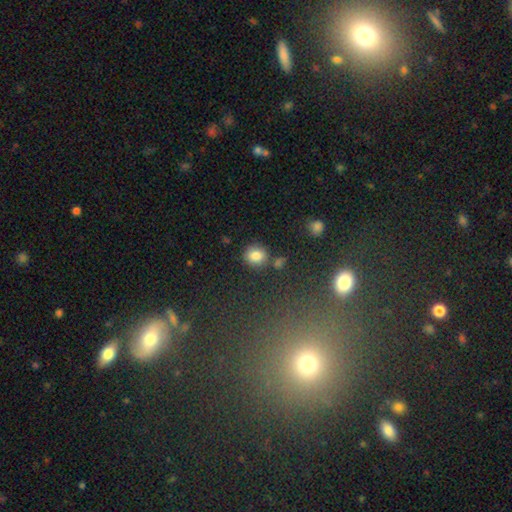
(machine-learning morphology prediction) This appears to be a smooth galaxy with no disk features (82%) that is round (73%). Merging: none (77%).